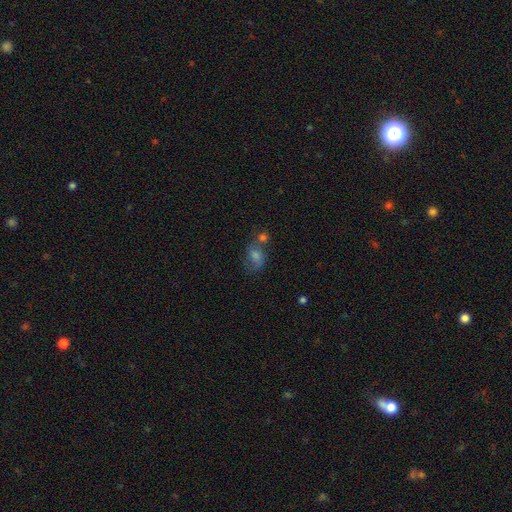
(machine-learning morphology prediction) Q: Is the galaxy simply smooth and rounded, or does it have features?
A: smooth — 49%.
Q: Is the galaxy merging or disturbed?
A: none — 48%.